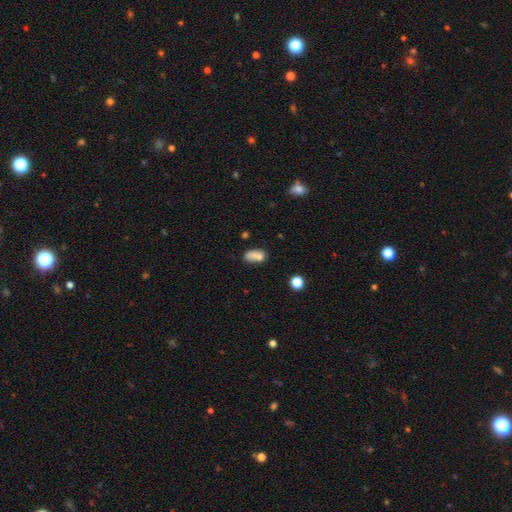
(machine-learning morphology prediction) The model was most divided on "merging": none: 51%, minor disturbance: 21%, merger: 20%, major disturbance: 9%. More confident: how rounded — in between (85%); smooth or featured — smooth (75%).